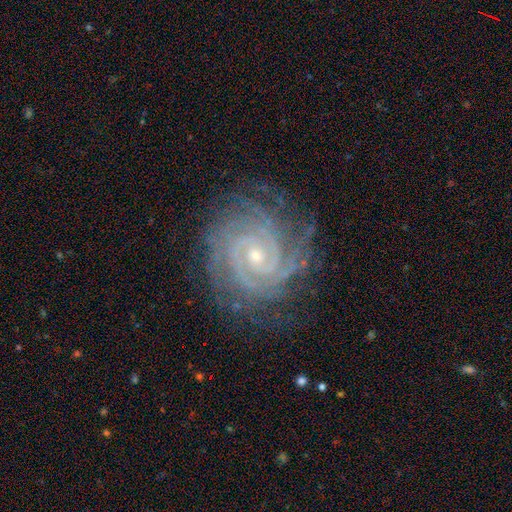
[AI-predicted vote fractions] Smooth or featured?
  - featured or disk: 92% *
  - star or artifact: 5%
  - smooth: 3%
Edge-on disk?
  - no: 98% *
  - yes: 2%
Bar?
  - no: 58% *
  - weak: 29%
  - strong: 13%
Spiral arms?
  - yes: 99% *
  - no: 1%
Spiral winding?
  - tight: 85% *
  - medium: 13%
  - loose: 2%
Spiral arm count?
  - 2: 33% *
  - 3: 21%
  - 4: 16%
  - can't tell: 13%
  - more than 4: 9%
  - 1: 7%
Bulge size?
  - small: 71% *
  - moderate: 26%
  - none: 1%
  - large: 1%
  - dominant: 1%
Merging?
  - none: 80% *
  - minor disturbance: 15%
  - major disturbance: 5%
  - merger: 1%